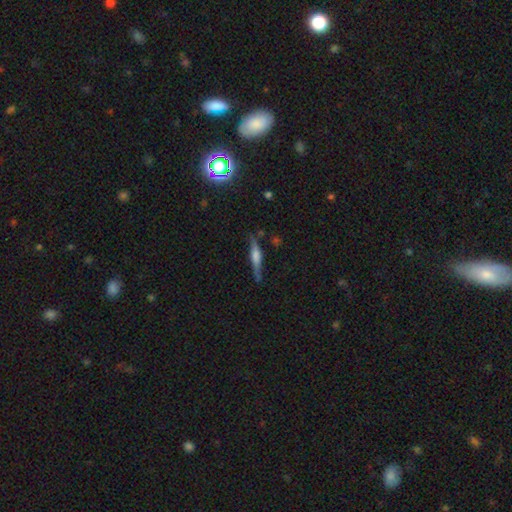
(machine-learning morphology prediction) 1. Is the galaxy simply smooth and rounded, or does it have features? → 63% featured or disk, 30% smooth, 7% star or artifact.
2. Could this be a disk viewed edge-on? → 96% yes, 4% no.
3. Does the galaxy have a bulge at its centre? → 61% rounded, 31% boxy, 8% none.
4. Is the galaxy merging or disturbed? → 78% none, 15% minor disturbance, 4% major disturbance, 3% merger.